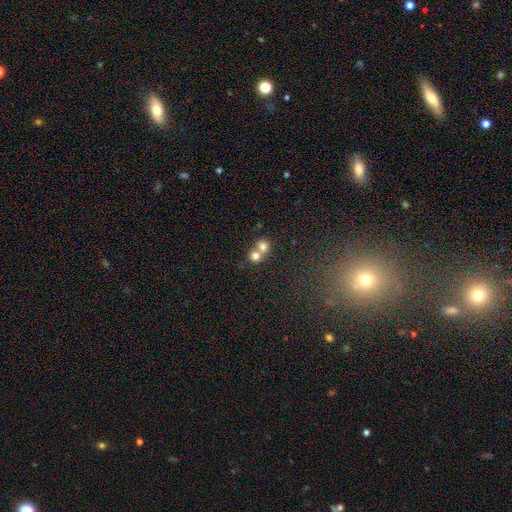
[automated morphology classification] Q: Smooth or featured?
A: smooth (75%); runner-up: featured or disk (14%)
Q: How rounded?
A: round (83%); runner-up: in between (16%)
Q: Merging?
A: merger (63%); runner-up: none (31%)